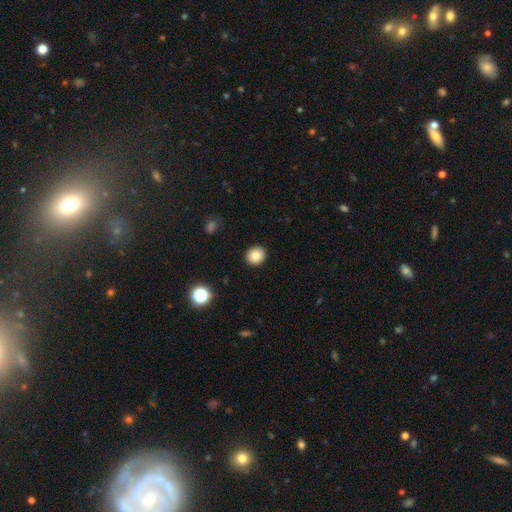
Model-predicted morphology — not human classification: Overall: smooth (85%). How rounded: round (81%). Merging: none (91%).